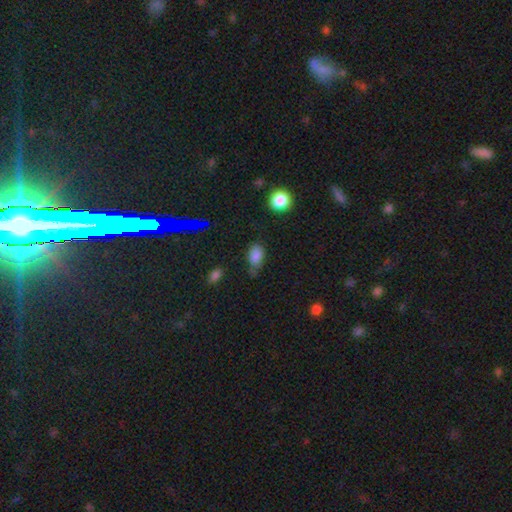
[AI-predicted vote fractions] This is likely a smooth galaxy (79%). How rounded: clearly in between (88%). Merging: possibly none (47%).